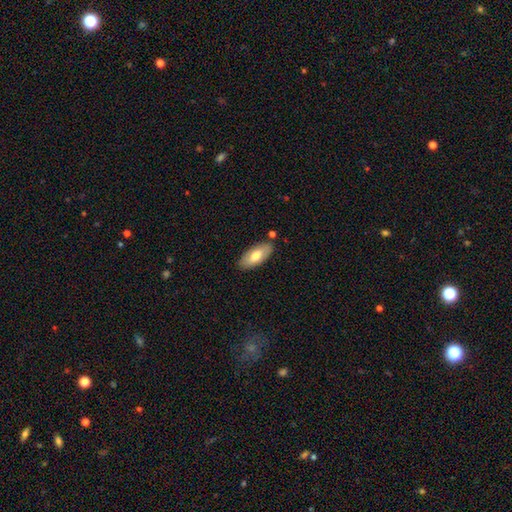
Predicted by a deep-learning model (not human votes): Smooth or featured?
  - smooth: 70% *
  - featured or disk: 24%
  - star or artifact: 6%
How rounded?
  - in between: 88% *
  - cigar-shaped: 10%
  - round: 2%
Merging?
  - none: 83% *
  - minor disturbance: 11%
  - merger: 3%
  - major disturbance: 2%